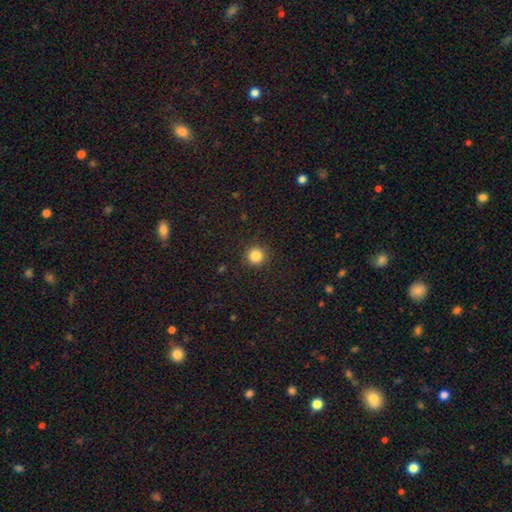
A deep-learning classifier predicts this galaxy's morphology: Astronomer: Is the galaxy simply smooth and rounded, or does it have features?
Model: smooth — 85%.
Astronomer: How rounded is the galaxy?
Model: round — 95%.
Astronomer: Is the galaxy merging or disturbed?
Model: none — 91%.